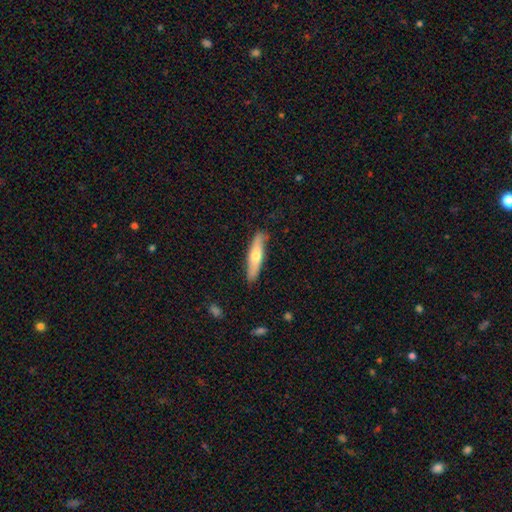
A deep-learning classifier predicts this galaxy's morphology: type=smooth (57%); roundness=cigar-shaped (80%); merging=none (83%).